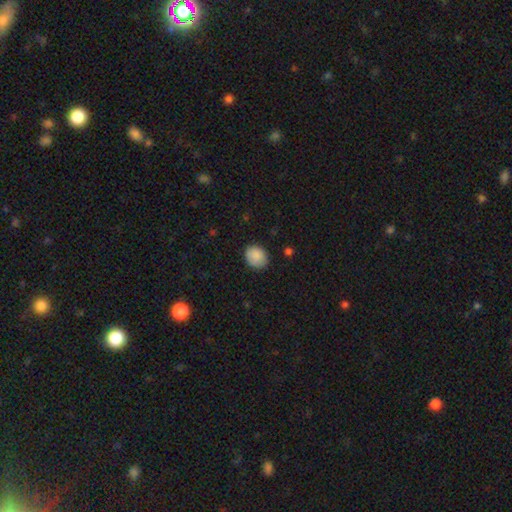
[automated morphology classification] The model was most divided on "how rounded": round: 58%, in between: 41%, cigar-shaped: 1%. More confident: smooth or featured — smooth (88%); merging — none (82%).